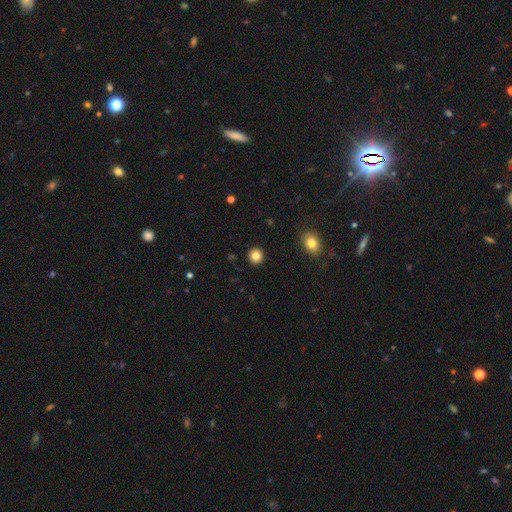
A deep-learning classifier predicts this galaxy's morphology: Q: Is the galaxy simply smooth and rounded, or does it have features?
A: smooth — 85%.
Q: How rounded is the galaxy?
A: round — 90%.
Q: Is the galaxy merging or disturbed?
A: none — 93%.